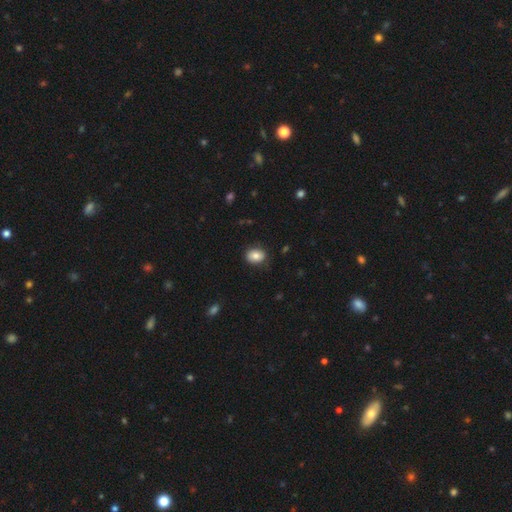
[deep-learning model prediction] smooth 81%, featured or disk 11%, star or artifact 8%. Down the decision tree: how rounded — in between (59%); merging — none (83%).